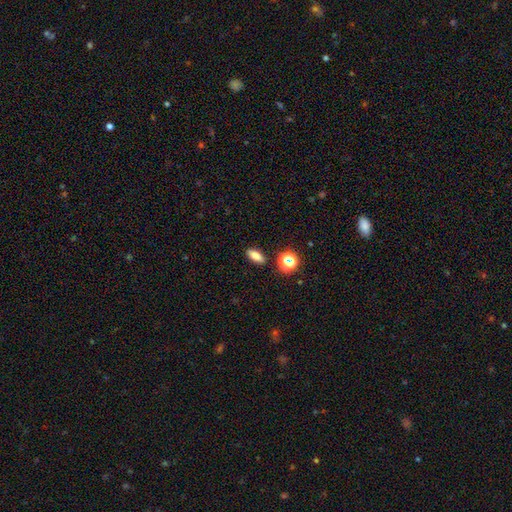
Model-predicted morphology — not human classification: type=smooth (74%); roundness=in between (75%); merging=none (88%).